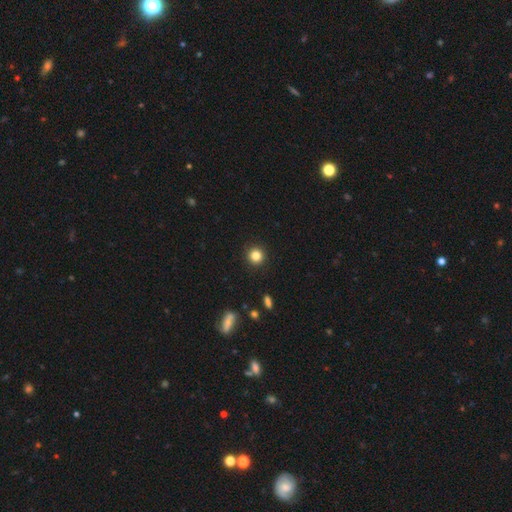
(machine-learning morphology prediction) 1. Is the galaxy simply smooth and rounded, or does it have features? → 83% smooth, 12% star or artifact, 5% featured or disk.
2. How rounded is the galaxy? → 94% round, 5% in between, 1% cigar-shaped.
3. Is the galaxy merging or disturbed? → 93% none, 5% minor disturbance, 2% major disturbance, 1% merger.